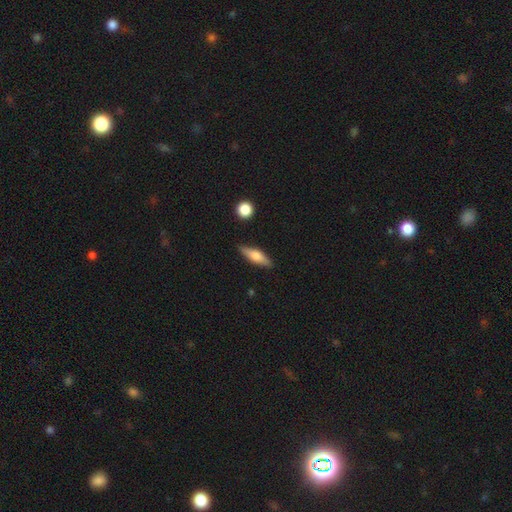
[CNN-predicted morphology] A smooth galaxy with no disk features (53%) that is cigar-shaped (57%).

Vote fractions:
- Smooth or featured? smooth: 53% / featured or disk: 41% / star or artifact: 6%
- How rounded? cigar-shaped: 57% / in between: 40% / round: 3%
- Merging? none: 86% / minor disturbance: 10% / major disturbance: 2% / merger: 2%